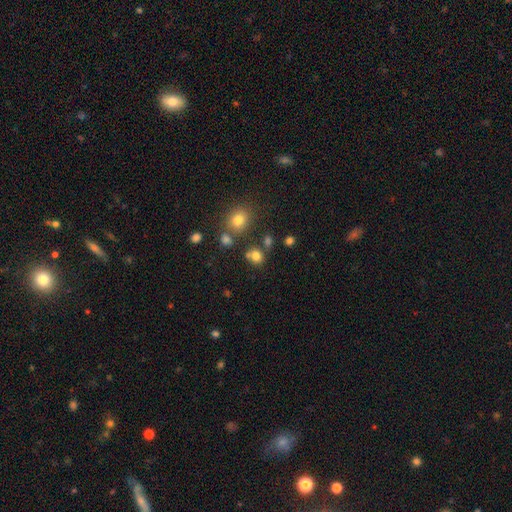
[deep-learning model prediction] Smooth or featured?
  - smooth: 77% *
  - star or artifact: 16%
  - featured or disk: 7%
How rounded?
  - round: 70% *
  - in between: 29%
  - cigar-shaped: 1%
Merging?
  - none: 65% *
  - merger: 17%
  - minor disturbance: 13%
  - major disturbance: 5%